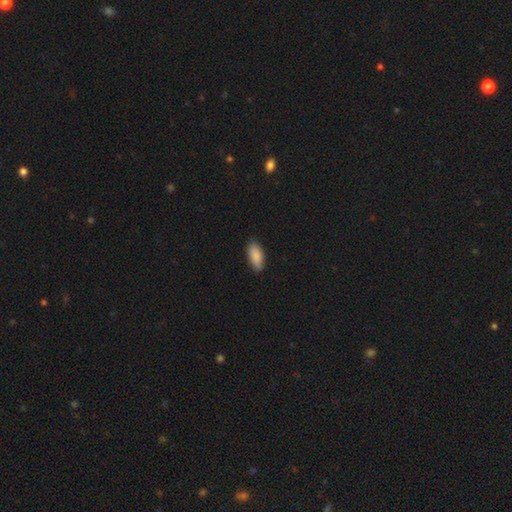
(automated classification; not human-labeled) Q: Smooth or featured?
A: smooth (87%); runner-up: featured or disk (7%)
Q: How rounded?
A: in between (87%); runner-up: cigar-shaped (11%)
Q: Merging?
A: none (84%); runner-up: minor disturbance (13%)